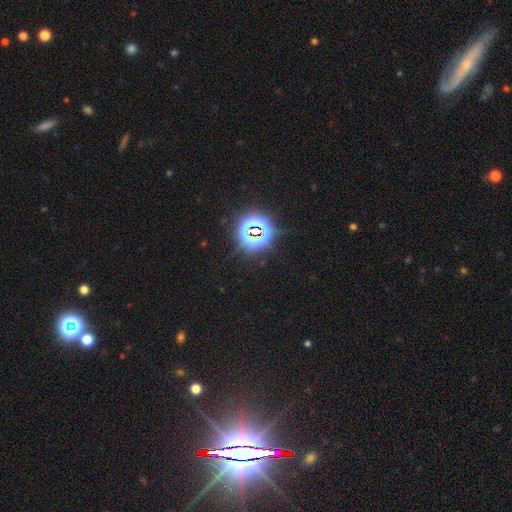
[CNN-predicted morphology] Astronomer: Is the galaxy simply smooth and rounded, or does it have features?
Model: star or artifact — 84%.